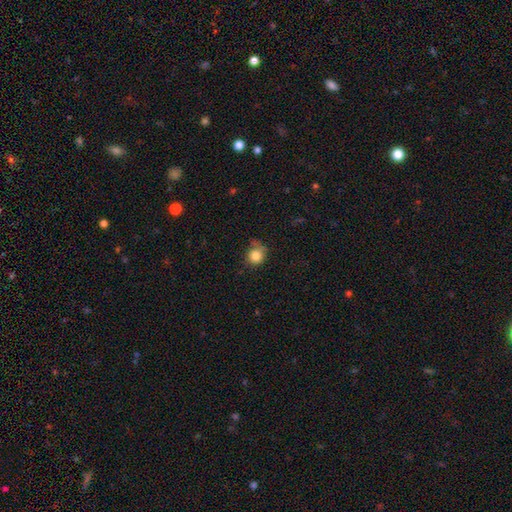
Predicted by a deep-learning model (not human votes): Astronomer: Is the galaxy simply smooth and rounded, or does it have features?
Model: smooth — 84%.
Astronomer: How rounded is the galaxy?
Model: round — 84%.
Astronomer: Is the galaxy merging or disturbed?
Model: none — 60%.